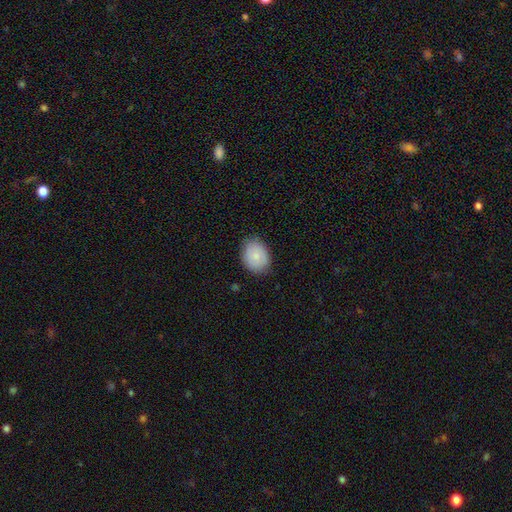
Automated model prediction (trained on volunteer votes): Smooth or featured? Predicted: smooth (p=0.82). How rounded? Predicted: in between (p=0.61). Merging? Predicted: none (p=0.81).